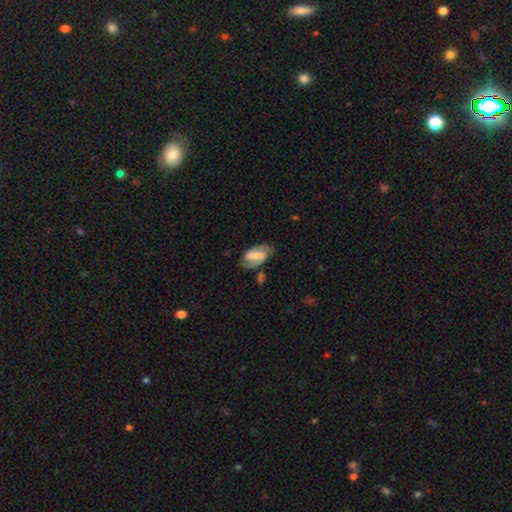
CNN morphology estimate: Overall: featured or disk (66%; smooth 27%). Edge-on disk: no (96%). Bar: strong (55%; weak 33%). Spiral arms: yes (86%). Spiral arm count: 2 (87%). Spiral winding: medium (46%; tight 30%). Bulge size: small (40%; moderate 27%). Merging: none (71%).